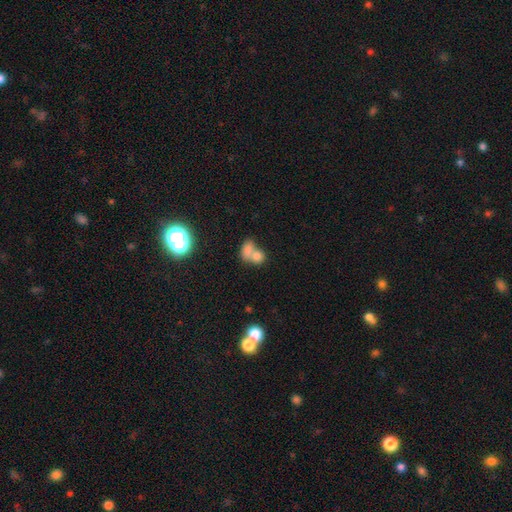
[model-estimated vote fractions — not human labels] Q: Smooth or featured?
A: smooth (76%); runner-up: featured or disk (13%)
Q: How rounded?
A: in between (55%); runner-up: round (43%)
Q: Merging?
A: merger (68%); runner-up: none (22%)